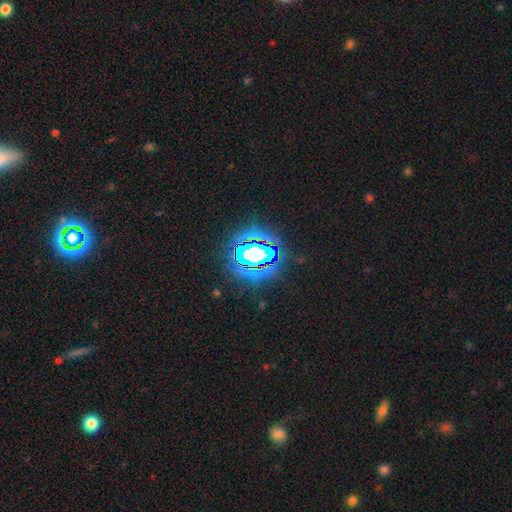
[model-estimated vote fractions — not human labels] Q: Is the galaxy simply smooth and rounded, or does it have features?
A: star or artifact — 72%.